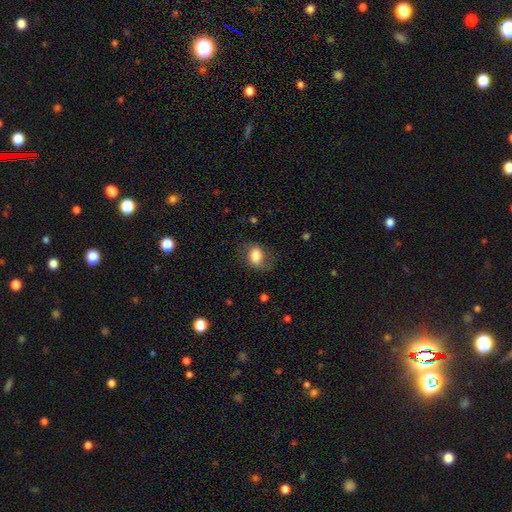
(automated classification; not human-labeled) smooth-or-featured: smooth: 72% | featured or disk: 20% | star or artifact: 8%
  how-rounded: in between: 74% | round: 25% | cigar-shaped: 2%
  merging: none: 66% | minor disturbance: 21% | major disturbance: 12% | merger: 1%